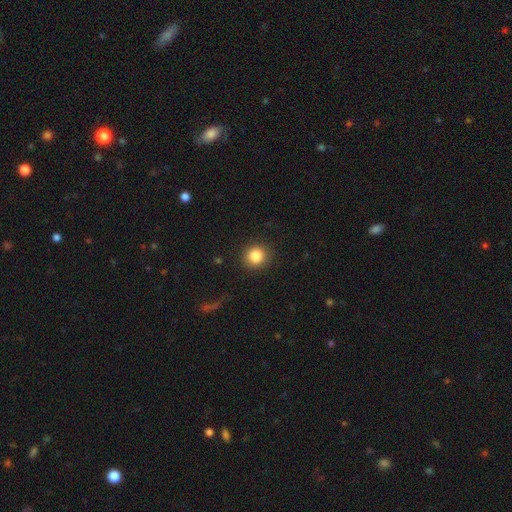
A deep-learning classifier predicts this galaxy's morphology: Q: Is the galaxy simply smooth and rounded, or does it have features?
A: smooth — 86%.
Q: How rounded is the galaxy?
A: round — 89%.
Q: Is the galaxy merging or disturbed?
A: none — 89%.